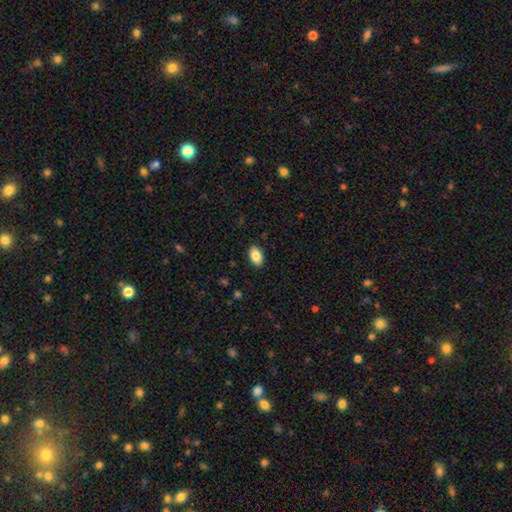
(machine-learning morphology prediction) Smooth or featured?
  - smooth: 85% *
  - star or artifact: 7%
  - featured or disk: 7%
How rounded?
  - in between: 91% *
  - round: 8%
  - cigar-shaped: 1%
Merging?
  - none: 89% *
  - minor disturbance: 8%
  - major disturbance: 2%
  - merger: 1%